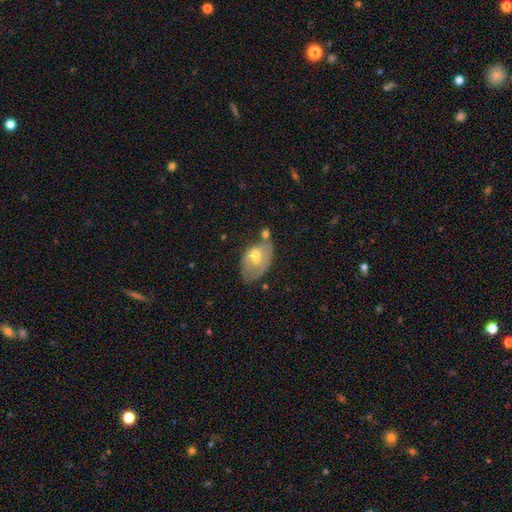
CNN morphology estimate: featured or disk 47%, smooth 46%, star or artifact 7%. Down the decision tree: merging — none (36%).